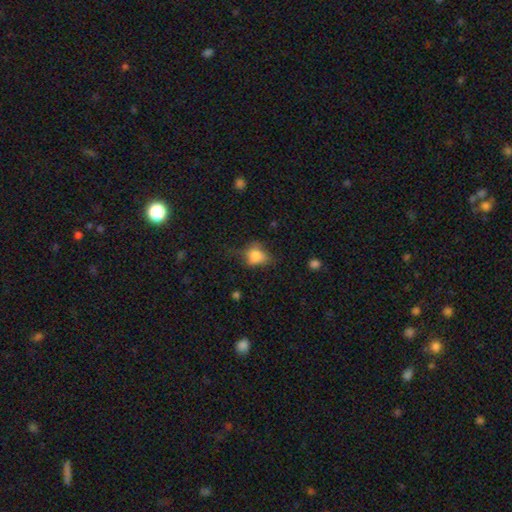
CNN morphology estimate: Overall: smooth (76%). How rounded: in between (56%; round 42%). Merging: none (44%; minor disturbance 32%).